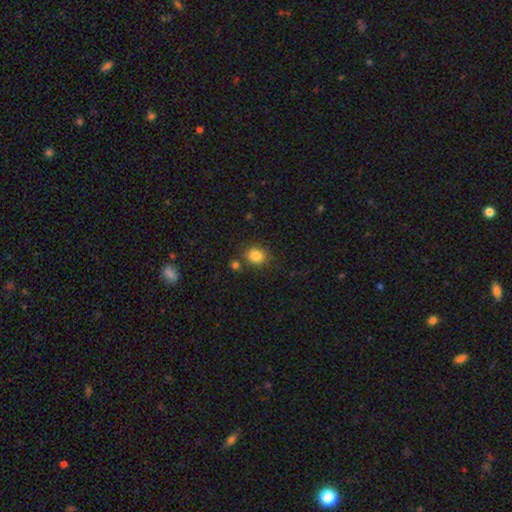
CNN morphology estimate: Q: Smooth or featured?
A: smooth (85%); runner-up: star or artifact (10%)
Q: How rounded?
A: round (52%); runner-up: in between (47%)
Q: Merging?
A: none (76%); runner-up: minor disturbance (12%)